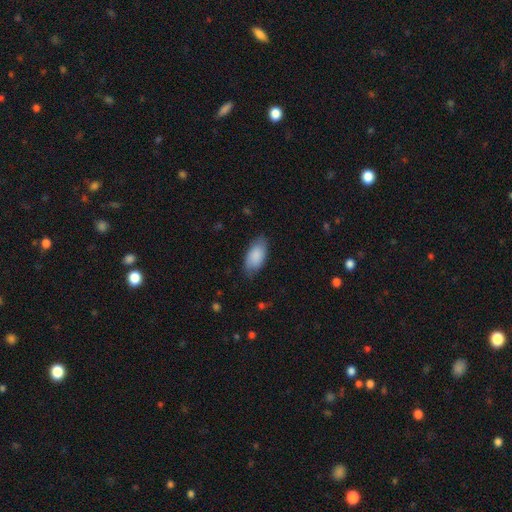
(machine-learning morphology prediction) Overall: smooth (87%). How rounded: in between (94%). Merging: none (78%).